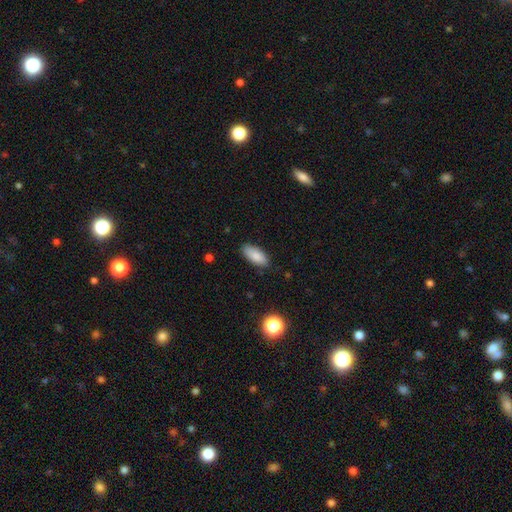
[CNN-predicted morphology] Smooth or featured? smooth (85%)
How rounded? in between (85%)
Merging? none (84%)